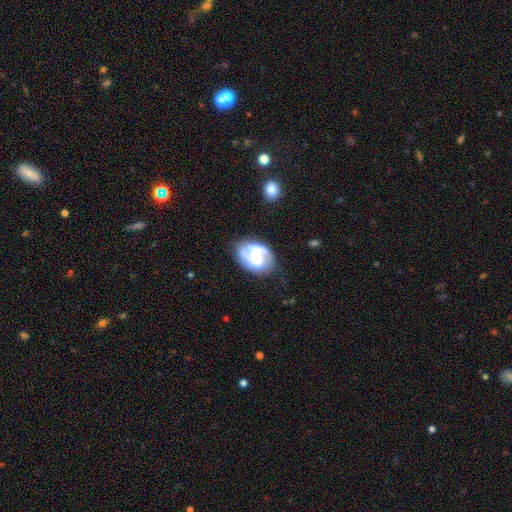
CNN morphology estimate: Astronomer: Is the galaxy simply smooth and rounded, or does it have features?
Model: featured or disk — 78%.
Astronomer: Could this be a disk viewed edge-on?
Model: no — 98%.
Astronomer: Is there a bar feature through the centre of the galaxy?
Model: no — 51% (runner-up: weak, 39%).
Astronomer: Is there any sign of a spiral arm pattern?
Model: yes — 93%.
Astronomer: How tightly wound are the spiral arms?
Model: medium — 44% (runner-up: tight, 42%).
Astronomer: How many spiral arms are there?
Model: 2 — 58%.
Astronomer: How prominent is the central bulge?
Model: small — 45% (runner-up: moderate, 39%).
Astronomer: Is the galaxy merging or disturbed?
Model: none — 68%.